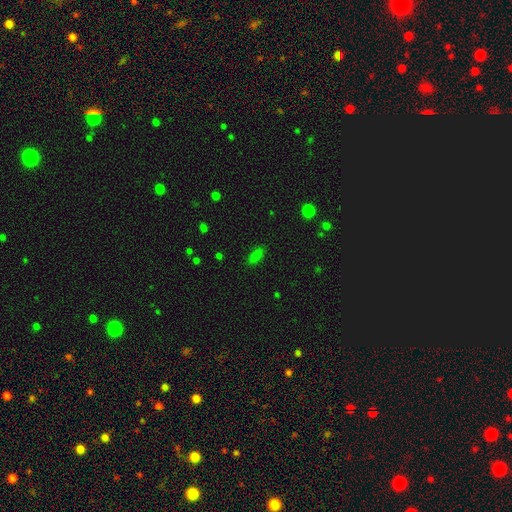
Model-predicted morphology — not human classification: Smooth or featured?
  - smooth: 79% *
  - star or artifact: 15%
  - featured or disk: 5%
How rounded?
  - in between: 73% *
  - cigar-shaped: 23%
  - round: 4%
Merging?
  - none: 85% *
  - minor disturbance: 11%
  - major disturbance: 3%
  - merger: 1%